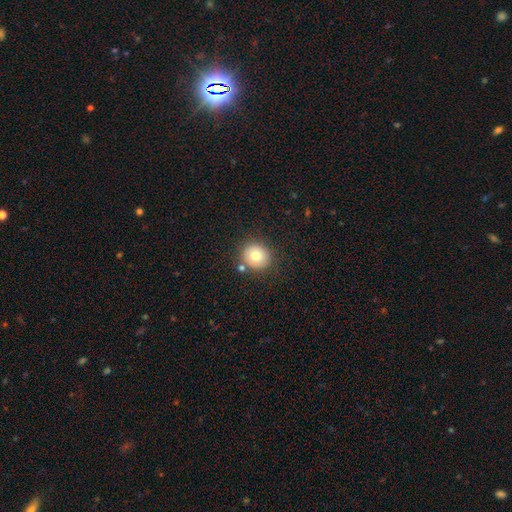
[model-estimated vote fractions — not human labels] A smooth galaxy with no disk features (76%) that is round (85%).

Vote fractions:
- Smooth or featured? smooth: 76% / featured or disk: 13% / star or artifact: 11%
- How rounded? round: 85% / in between: 14% / cigar-shaped: 1%
- Merging? none: 80% / minor disturbance: 10% / merger: 7% / major disturbance: 3%